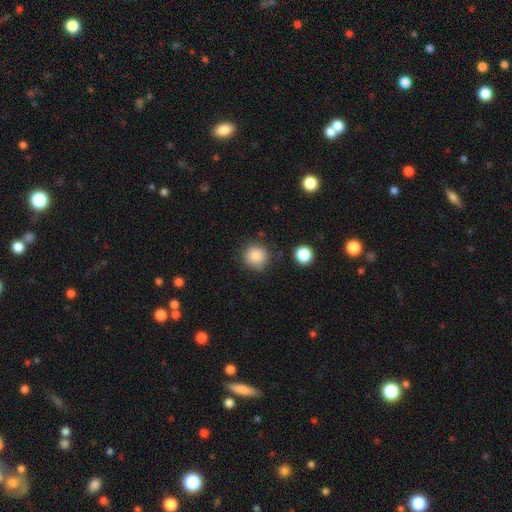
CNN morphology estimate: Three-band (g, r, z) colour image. It shows a smooth galaxy with no disk features (86%) that is round (91%). Merging: none (81%).